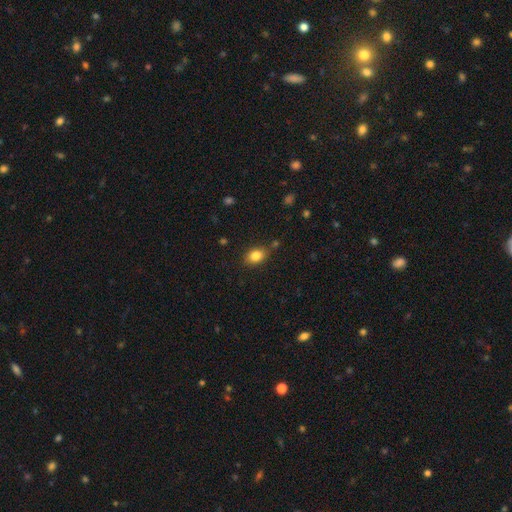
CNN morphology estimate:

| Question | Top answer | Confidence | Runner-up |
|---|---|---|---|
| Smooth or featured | smooth | 84% | star or artifact (9%) |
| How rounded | in between | 73% | round (25%) |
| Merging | none | 79% | minor disturbance (14%) |